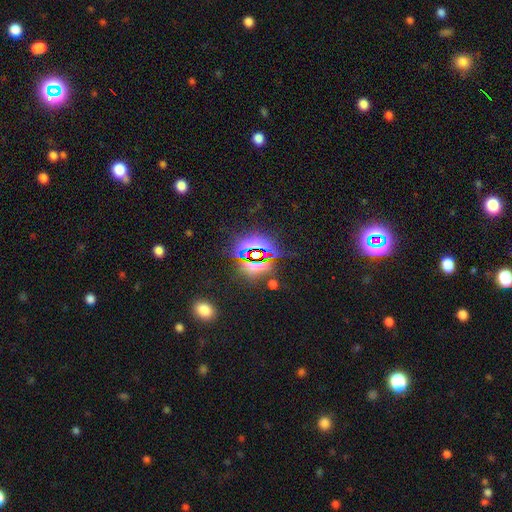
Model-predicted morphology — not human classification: A star or artifact, not a galaxy (78%).

Vote fractions:
- Smooth or featured? star or artifact: 78% / smooth: 14% / featured or disk: 8%